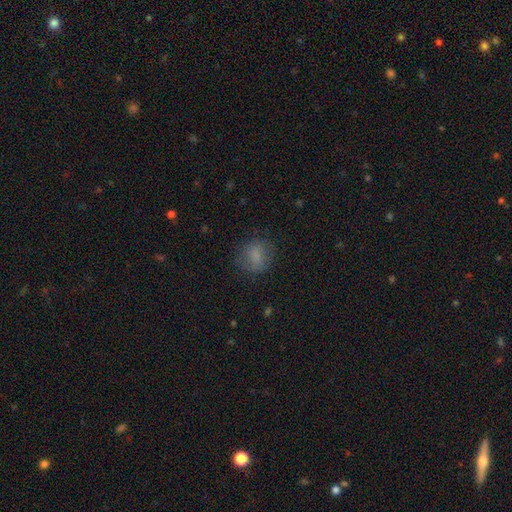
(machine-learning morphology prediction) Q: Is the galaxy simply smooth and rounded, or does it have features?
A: smooth — 79%.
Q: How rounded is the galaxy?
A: round — 71%.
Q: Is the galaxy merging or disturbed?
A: none — 77%.